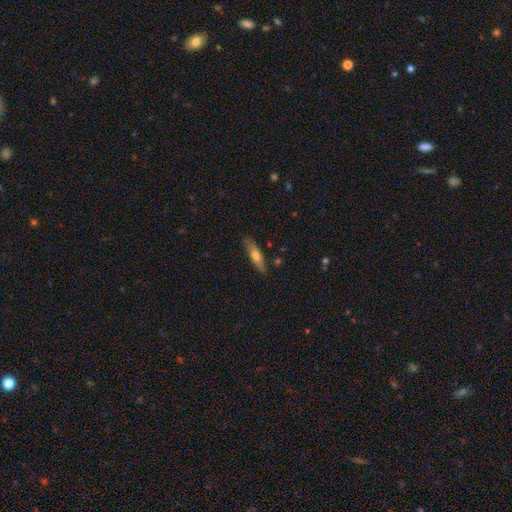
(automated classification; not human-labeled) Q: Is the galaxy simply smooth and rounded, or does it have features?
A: smooth — 55%.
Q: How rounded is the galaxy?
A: cigar-shaped — 72%.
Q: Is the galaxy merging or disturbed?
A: none — 82%.